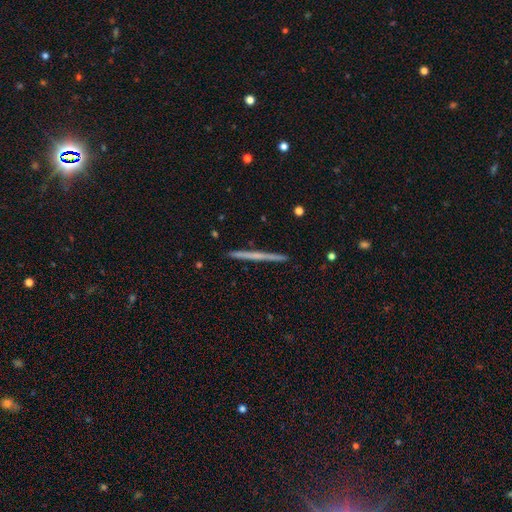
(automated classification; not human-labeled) Smooth or featured: featured or disk — 56% (smooth — 39%)
Edge-on disk: yes — 98% (no — 2%)
Edge-on bulge: none — 83% (rounded — 13%)
Merging: none — 93% (minor disturbance — 5%)